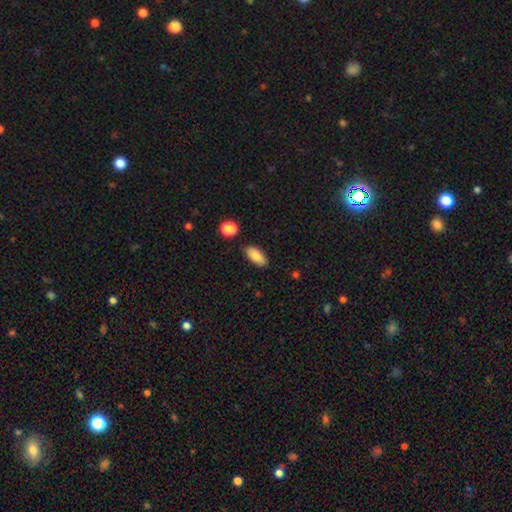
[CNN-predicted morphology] smooth 87%, star or artifact 7%, featured or disk 6%. Down the decision tree: how rounded — in between (88%); merging — none (84%).